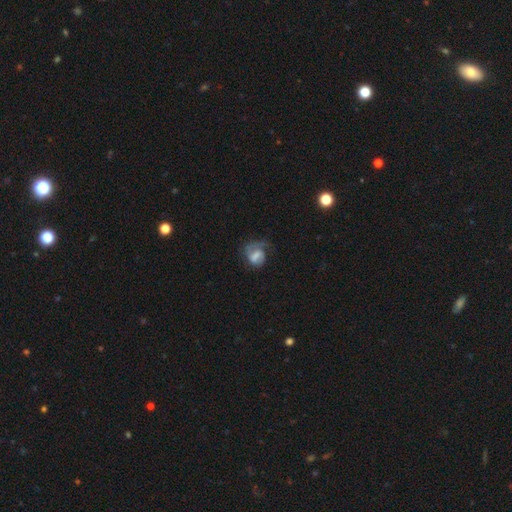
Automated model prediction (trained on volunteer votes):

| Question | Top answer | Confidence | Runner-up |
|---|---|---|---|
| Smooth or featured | featured or disk | 51% | smooth (40%) |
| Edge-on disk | no | 97% | yes (3%) |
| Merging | none | 38% | major disturbance (34%) |